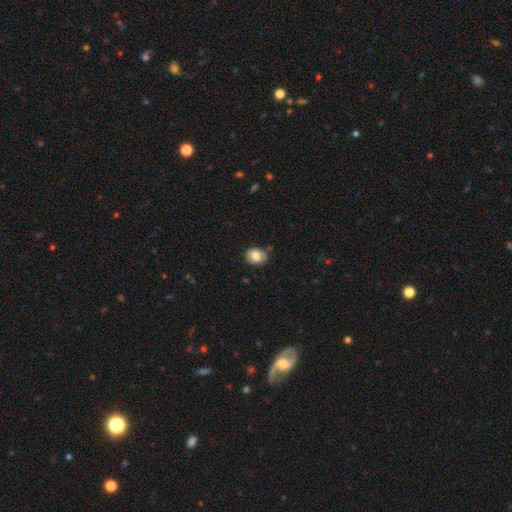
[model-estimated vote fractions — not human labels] Overall: smooth (80%). How rounded: in between (50%; round 49%). Merging: none (76%).